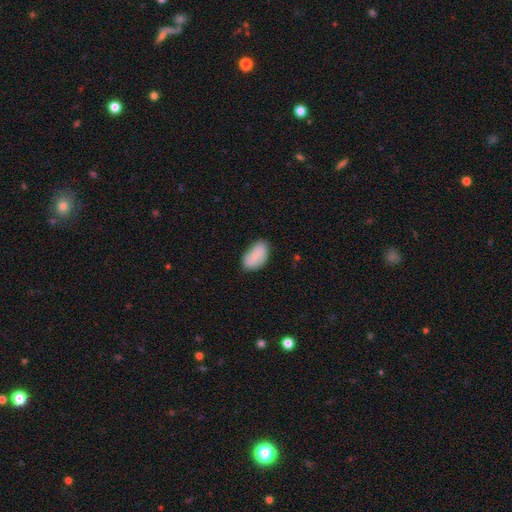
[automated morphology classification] The model was most divided on "merging": none: 67%, minor disturbance: 24%, major disturbance: 5%, merger: 4%. More confident: how rounded — in between (93%); smooth or featured — smooth (74%).